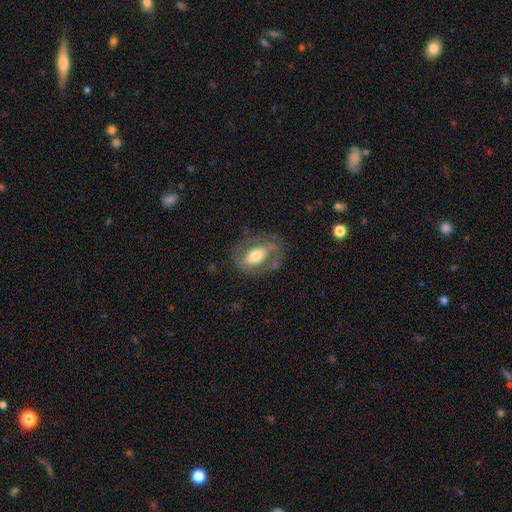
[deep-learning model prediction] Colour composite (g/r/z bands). It shows a featured or disk galaxy (52%). Merging: none (67%).